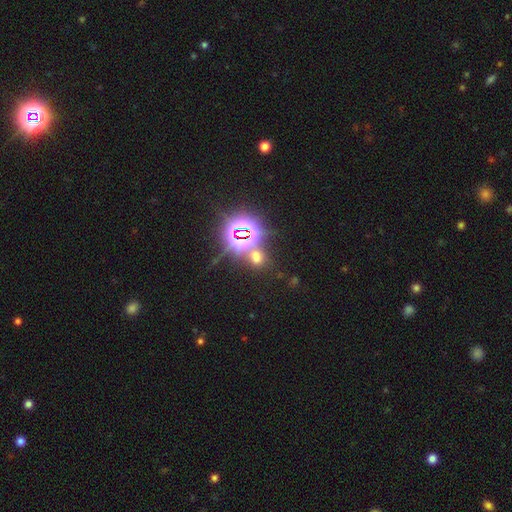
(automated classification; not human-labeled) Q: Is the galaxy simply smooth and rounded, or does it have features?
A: star or artifact — 56%.